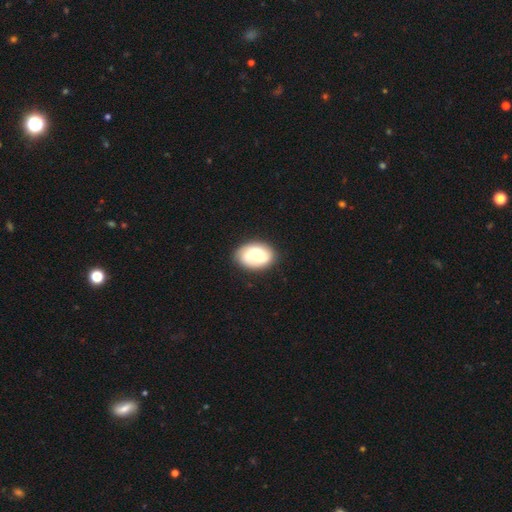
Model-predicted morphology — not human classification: This is possibly a smooth galaxy (48%). Merging: clearly none (84%).